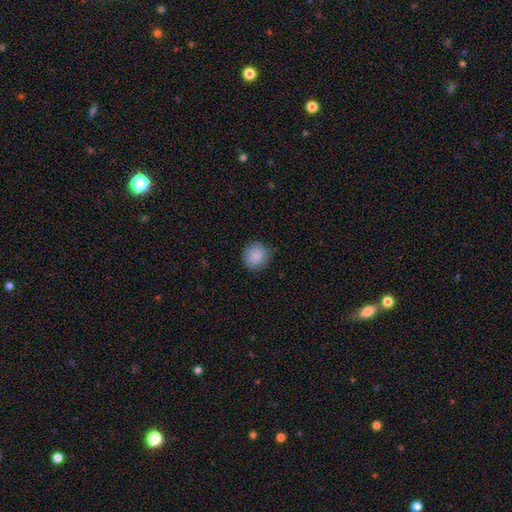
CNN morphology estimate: Smooth or featured?
  - smooth: 87% *
  - star or artifact: 8%
  - featured or disk: 5%
How rounded?
  - round: 90% *
  - in between: 9%
  - cigar-shaped: 1%
Merging?
  - none: 83% *
  - minor disturbance: 13%
  - major disturbance: 3%
  - merger: 1%